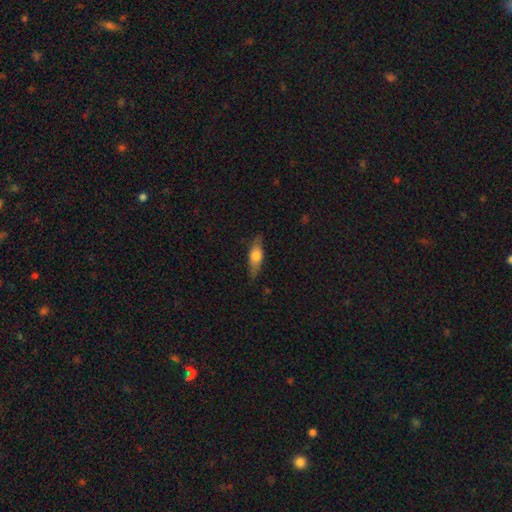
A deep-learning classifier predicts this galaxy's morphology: A smooth galaxy with no disk features (59%) that is in between round and cigar-shaped (55%). Merging: none (78%).